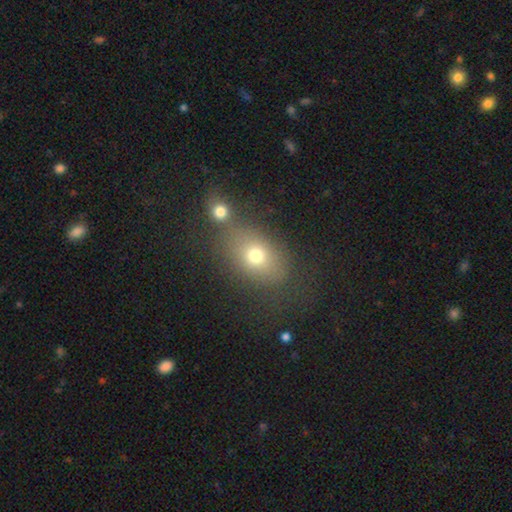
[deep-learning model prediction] Smooth or featured? Predicted: smooth (p=0.71). How rounded? Predicted: in between (p=0.60). Merging? Predicted: none (p=0.53).